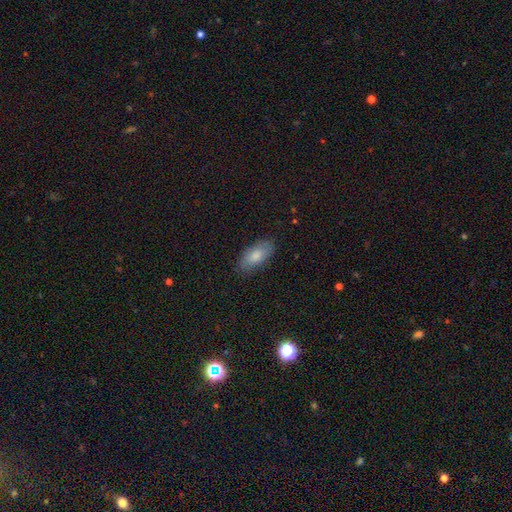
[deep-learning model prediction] A smooth galaxy with no disk features (81%) that is in between round and cigar-shaped (87%).

Vote fractions:
- Smooth or featured? smooth: 81% / featured or disk: 13% / star or artifact: 6%
- How rounded? in between: 87% / cigar-shaped: 11% / round: 2%
- Merging? none: 83% / minor disturbance: 13% / major disturbance: 3% / merger: 1%